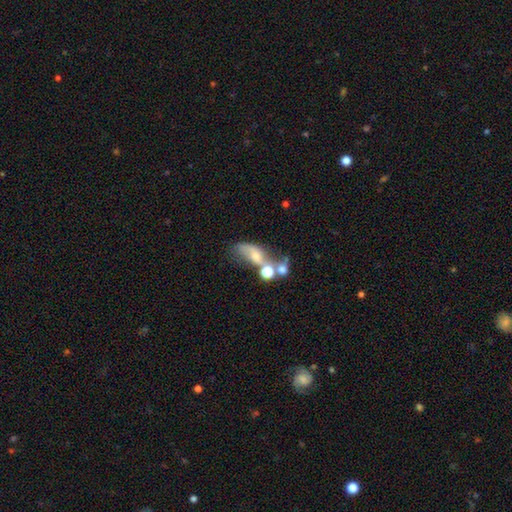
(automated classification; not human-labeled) Q: Smooth or featured?
A: smooth (41%); tied with: featured or disk (41%)
Q: Merging?
A: merger (38%); runner-up: major disturbance (25%)